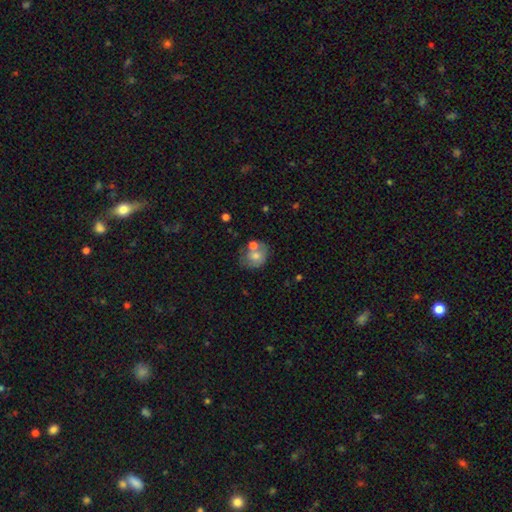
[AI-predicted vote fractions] The model was most divided on "merging": none: 41%, merger: 32%, minor disturbance: 19%, major disturbance: 8%. More confident: smooth or featured — smooth (61%); how rounded — round (61%).